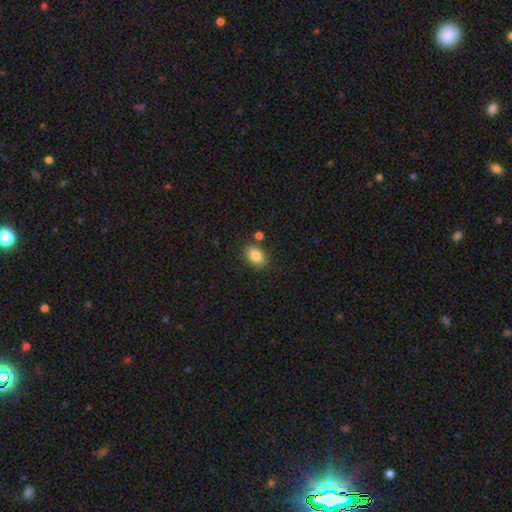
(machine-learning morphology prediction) Smooth or featured?
  - smooth: 84% *
  - star or artifact: 9%
  - featured or disk: 7%
How rounded?
  - in between: 78% *
  - round: 21%
  - cigar-shaped: 1%
Merging?
  - none: 80% *
  - minor disturbance: 12%
  - merger: 6%
  - major disturbance: 3%